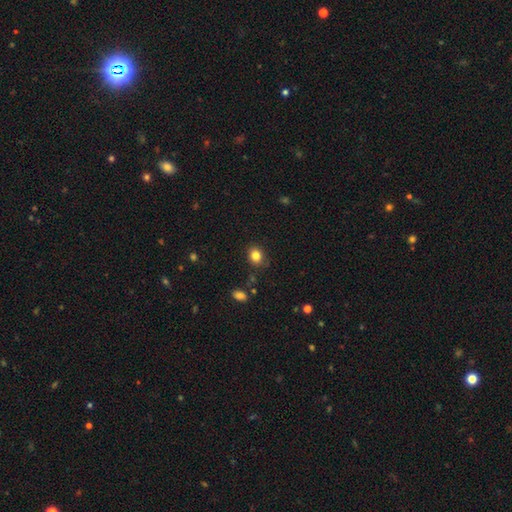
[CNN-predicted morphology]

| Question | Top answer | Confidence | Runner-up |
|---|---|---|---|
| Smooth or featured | smooth | 83% | star or artifact (11%) |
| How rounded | round | 64% | in between (35%) |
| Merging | none | 85% | minor disturbance (11%) |